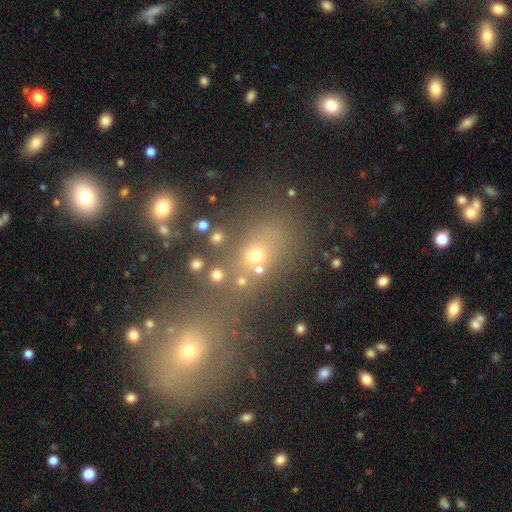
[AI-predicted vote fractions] Smooth or featured: smooth — 60% (star or artifact — 25%)
How rounded: in between — 54% (round — 41%)
Merging: none — 57% (merger — 19%)